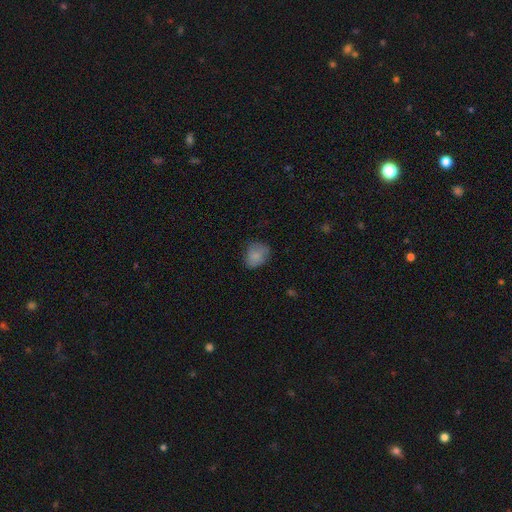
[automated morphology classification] Overall: smooth (81%). How rounded: round (54%; in between 45%). Merging: none (69%).